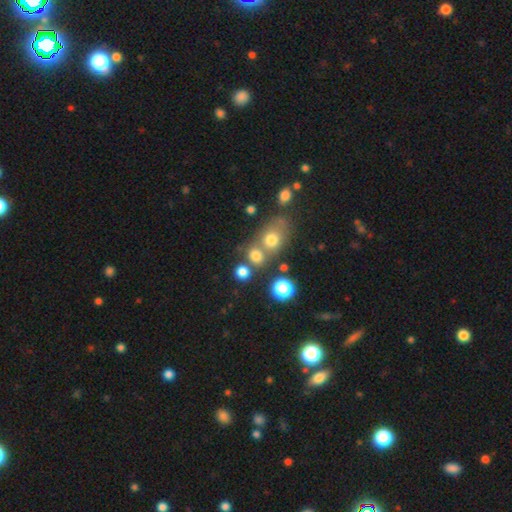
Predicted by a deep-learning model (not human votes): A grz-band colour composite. It shows a smooth galaxy with no disk features (74%) that is round (72%). Merging: none (53%).